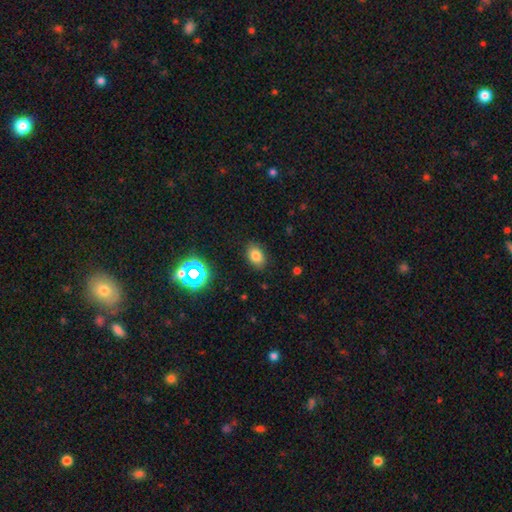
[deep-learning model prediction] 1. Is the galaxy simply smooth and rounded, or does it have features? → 78% smooth, 14% star or artifact, 8% featured or disk.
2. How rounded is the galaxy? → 79% in between, 20% round, 1% cigar-shaped.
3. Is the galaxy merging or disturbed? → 85% none, 10% minor disturbance, 3% major disturbance, 1% merger.